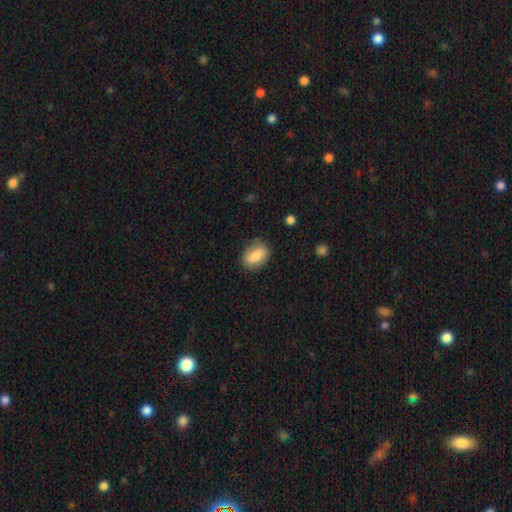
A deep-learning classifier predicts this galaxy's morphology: Overall: smooth (78%). How rounded: in between (80%). Merging: none (79%).